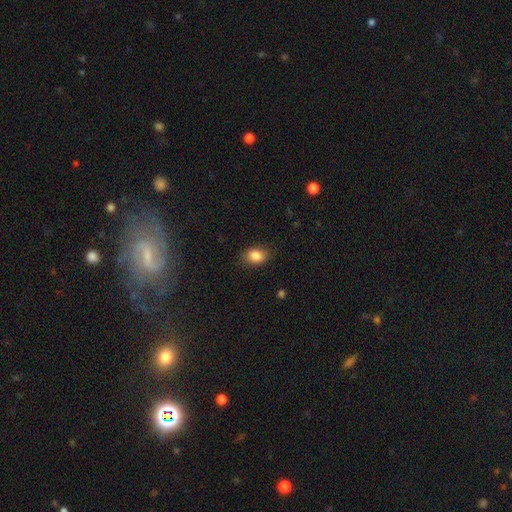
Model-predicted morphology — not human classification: A smooth galaxy with no disk features (85%) that is in between round and cigar-shaped (73%). Merging: none (81%).